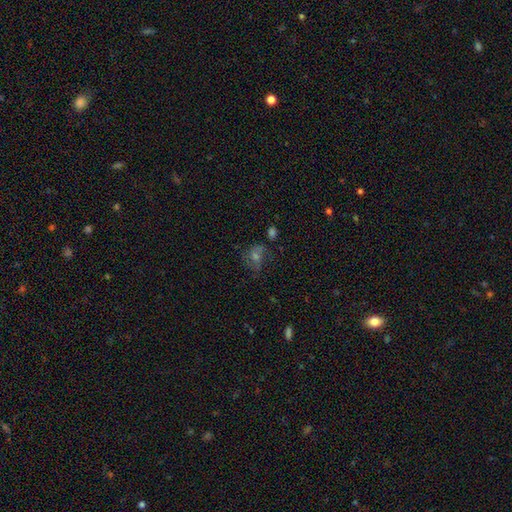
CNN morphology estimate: This appears to be a featured or disk galaxy (47%). Merging: none (59%).